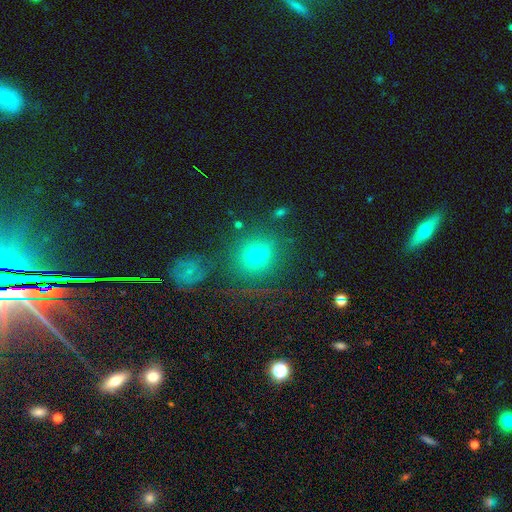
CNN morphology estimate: type=smooth (66%); roundness=round (87%); merging=none (63%).